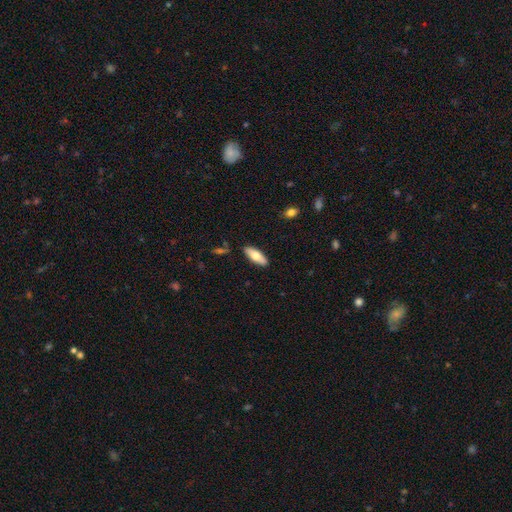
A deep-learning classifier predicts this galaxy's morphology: Smooth or featured? Predicted: smooth (p=0.70). How rounded? Predicted: in between (p=0.71). Merging? Predicted: none (p=0.88).